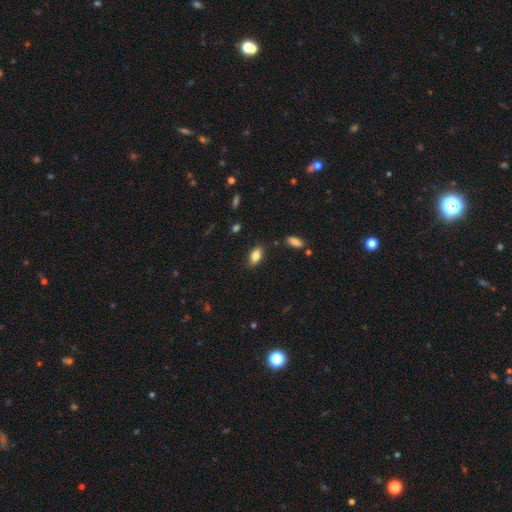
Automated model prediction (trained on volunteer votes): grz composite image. It shows a smooth galaxy with no disk features (83%) that is in between round and cigar-shaped (89%). Merging: none (85%).